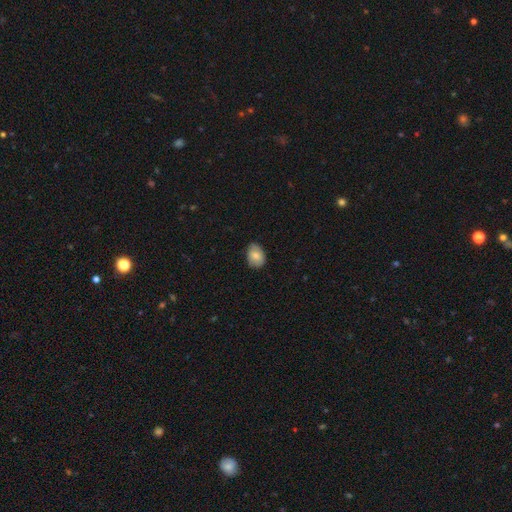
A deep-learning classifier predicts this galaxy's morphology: This is likely a smooth galaxy (76%). How rounded: likely in between (73%). Merging: likely none (76%).